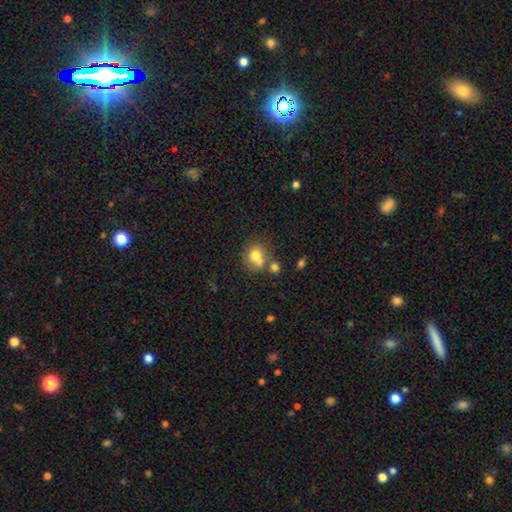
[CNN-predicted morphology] smooth 74%, featured or disk 14%, star or artifact 11%. Down the decision tree: how rounded — round (74%); merging — none (46%).